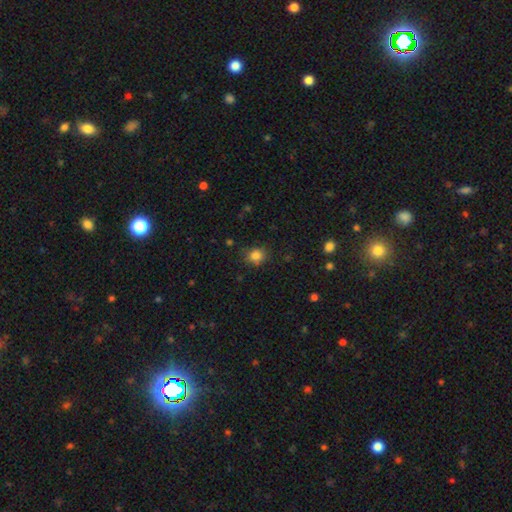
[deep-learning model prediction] This appears to be a smooth galaxy with no disk features (83%) that is round (75%). Merging: none (81%).